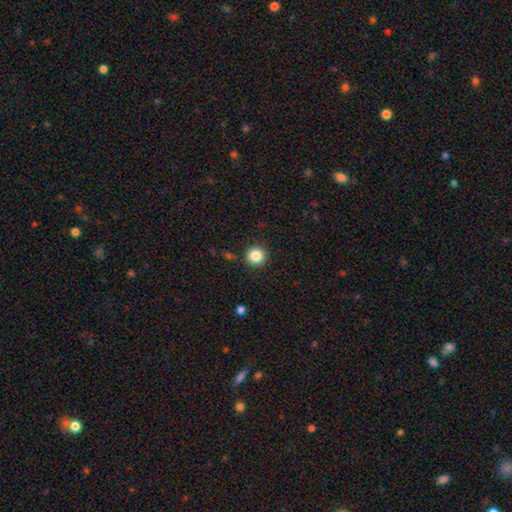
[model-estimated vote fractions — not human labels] Smooth or featured: smooth — 85% (star or artifact — 10%)
How rounded: round — 95% (in between — 4%)
Merging: none — 91% (minor disturbance — 6%)